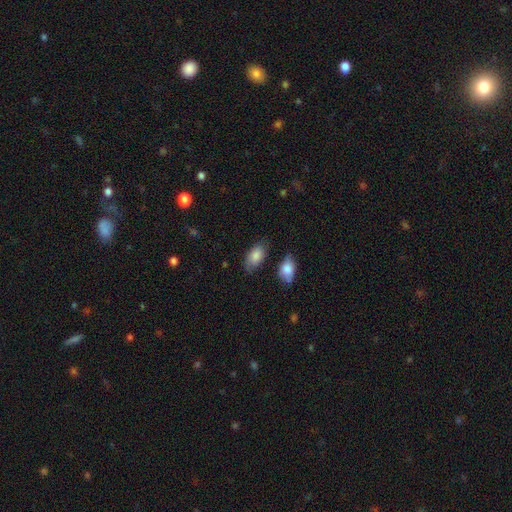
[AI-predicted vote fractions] Smooth or featured: smooth — 82% (featured or disk — 11%)
How rounded: in between — 93% (round — 5%)
Merging: none — 66% (minor disturbance — 24%)